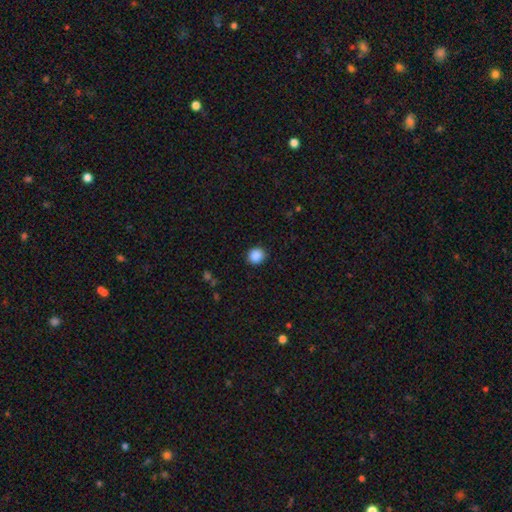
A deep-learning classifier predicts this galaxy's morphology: Smooth or featured: smooth — 88% (star or artifact — 9%)
How rounded: round — 87% (in between — 12%)
Merging: none — 91% (minor disturbance — 6%)